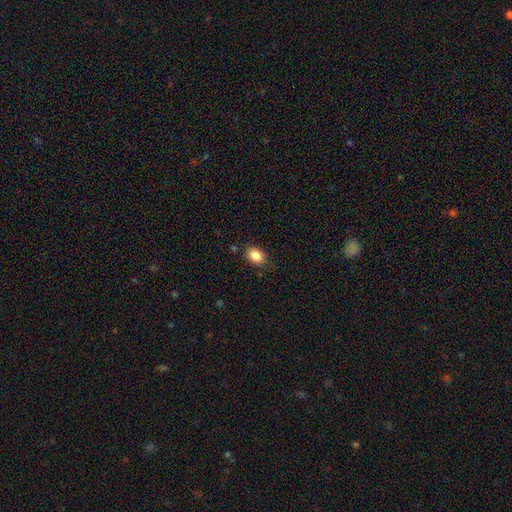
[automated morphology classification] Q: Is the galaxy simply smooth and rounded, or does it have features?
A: smooth — 86%.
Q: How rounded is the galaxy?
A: in between — 71%.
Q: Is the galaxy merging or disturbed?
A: none — 82%.